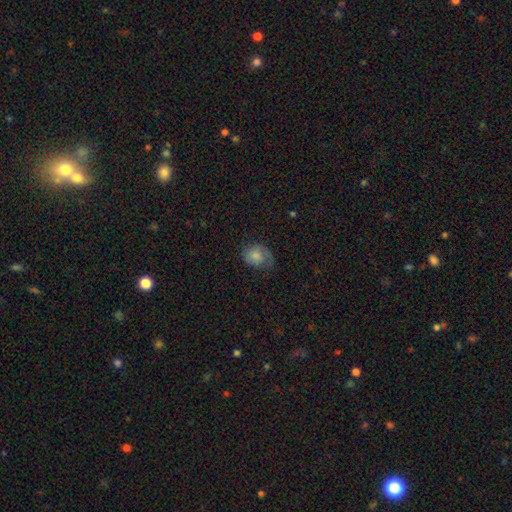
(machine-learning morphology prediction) smooth 73%, featured or disk 19%, star or artifact 9%. Down the decision tree: how rounded — round (55%); merging — none (48%).